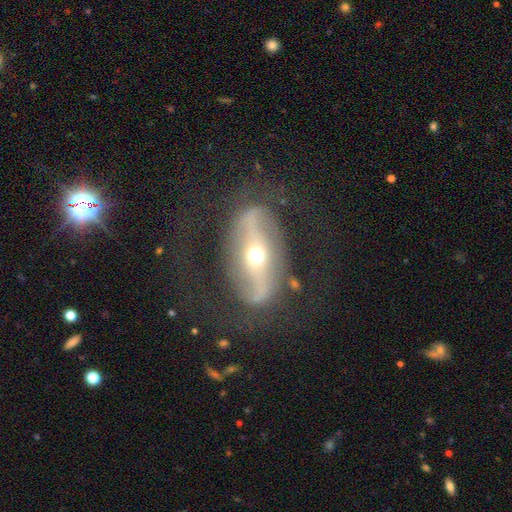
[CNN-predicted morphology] The model was most divided on "spiral arms": yes: 64%, no: 36%. More confident: edge-on disk — no (87%); smooth or featured — featured or disk (80%); merging — none (72%); bulge size — moderate (71%); bar — strong (67%).